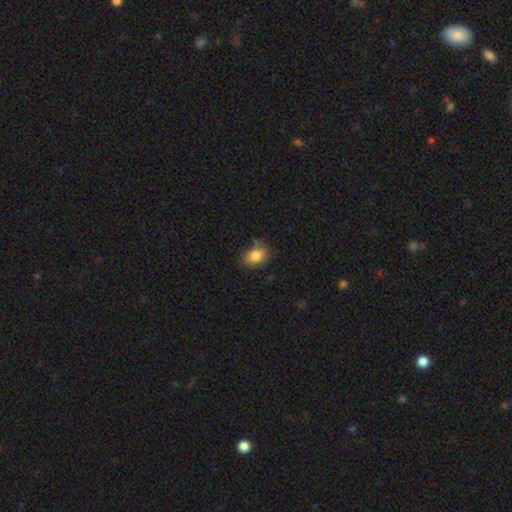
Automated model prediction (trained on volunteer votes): Q: Smooth or featured?
A: smooth (83%); runner-up: star or artifact (8%)
Q: How rounded?
A: in between (70%); runner-up: round (29%)
Q: Merging?
A: none (73%); runner-up: minor disturbance (20%)